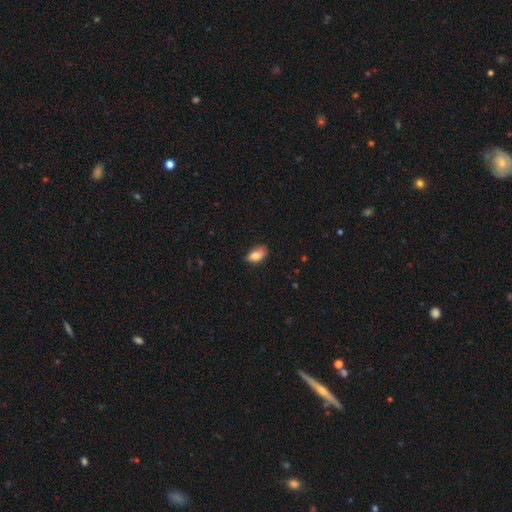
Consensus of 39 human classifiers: Morphology: type=smooth (77%); roundness=in between (100%); merging=none (45%, tied with minor disturbance).